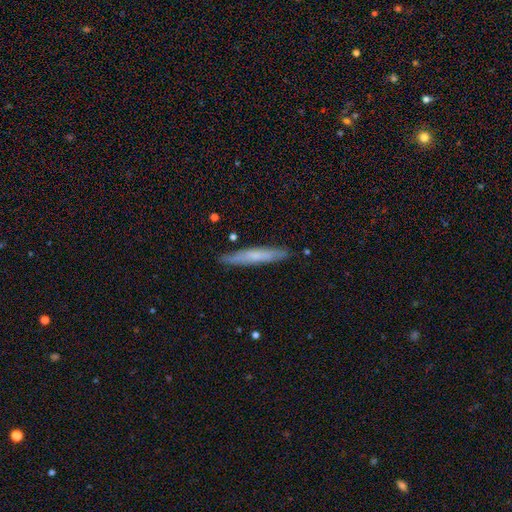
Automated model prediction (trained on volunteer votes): A smooth galaxy with no disk features (59%) that is cigar-shaped (94%).

Vote fractions:
- Smooth or featured? smooth: 59% / featured or disk: 35% / star or artifact: 6%
- How rounded? cigar-shaped: 94% / in between: 4% / round: 1%
- Merging? none: 87% / minor disturbance: 10% / major disturbance: 2% / merger: 1%